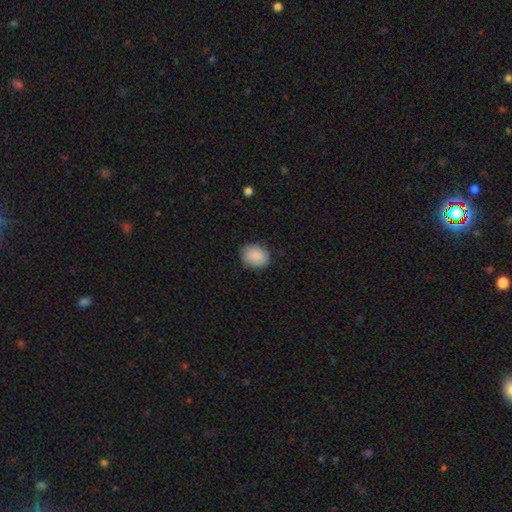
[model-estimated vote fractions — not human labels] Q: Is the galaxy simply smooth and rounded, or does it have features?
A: smooth — 88%.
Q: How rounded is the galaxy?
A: round — 54%.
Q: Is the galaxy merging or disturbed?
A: none — 83%.